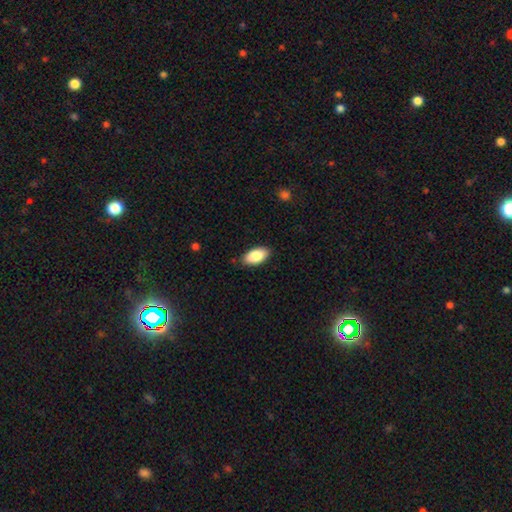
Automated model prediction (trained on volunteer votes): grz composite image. It shows a smooth galaxy with no disk features (86%) that is in between round and cigar-shaped (94%). Merging: none (87%).